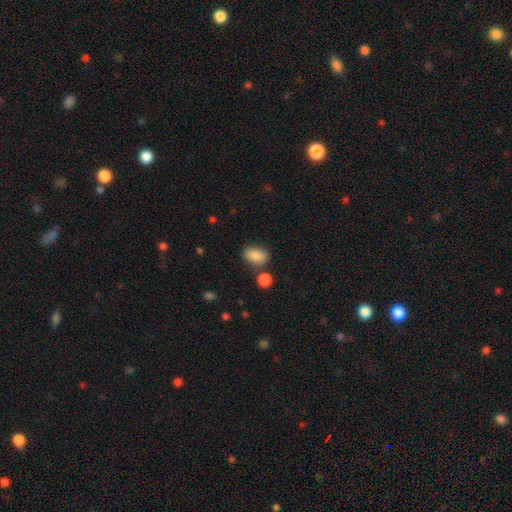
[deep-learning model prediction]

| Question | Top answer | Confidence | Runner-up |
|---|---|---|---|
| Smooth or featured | smooth | 86% | star or artifact (8%) |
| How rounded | in between | 85% | round (13%) |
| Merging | none | 75% | minor disturbance (14%) |